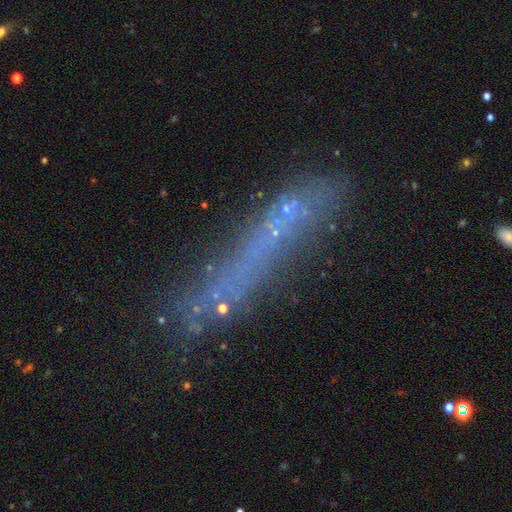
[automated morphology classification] Smooth or featured: featured or disk — 39% (smooth — 38%)
Merging: none — 62% (minor disturbance — 19%)